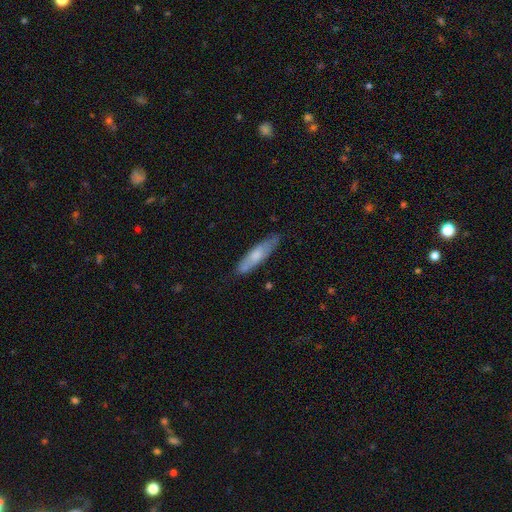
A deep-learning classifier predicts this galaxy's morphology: Smooth or featured? Predicted: smooth (p=0.60). How rounded? Predicted: cigar-shaped (p=0.76). Merging? Predicted: none (p=0.76).